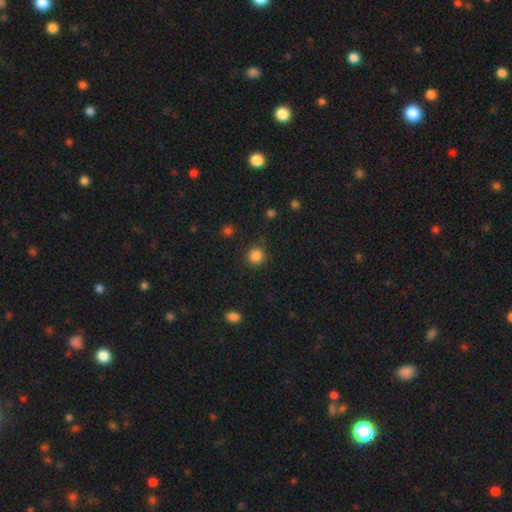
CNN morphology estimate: This is clearly a smooth galaxy (85%). How rounded: clearly round (92%). Merging: clearly none (86%).